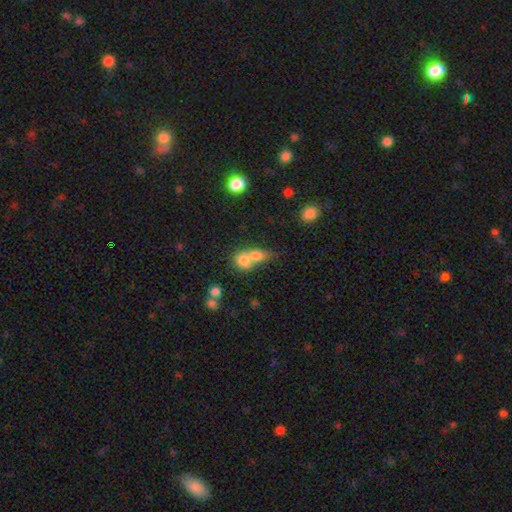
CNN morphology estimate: The model was most divided on "how rounded": in between: 57%, round: 40%, cigar-shaped: 3%. More confident: smooth or featured — smooth (73%); merging — merger (71%).